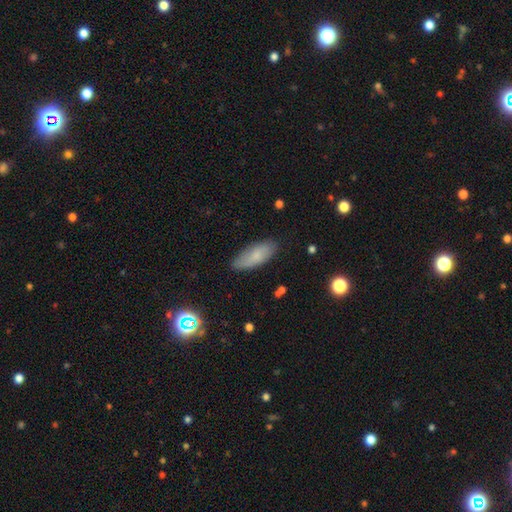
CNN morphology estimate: smooth 77%, featured or disk 15%, star or artifact 8%. Down the decision tree: how rounded — in between (73%); merging — none (81%).